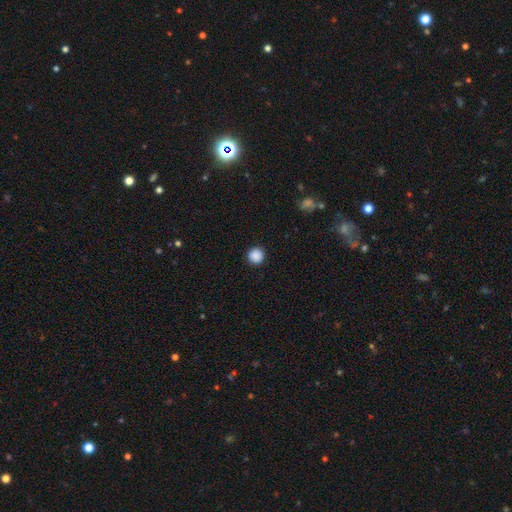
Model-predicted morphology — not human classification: smooth 88%, star or artifact 9%, featured or disk 3%. Down the decision tree: how rounded — round (95%); merging — none (92%).